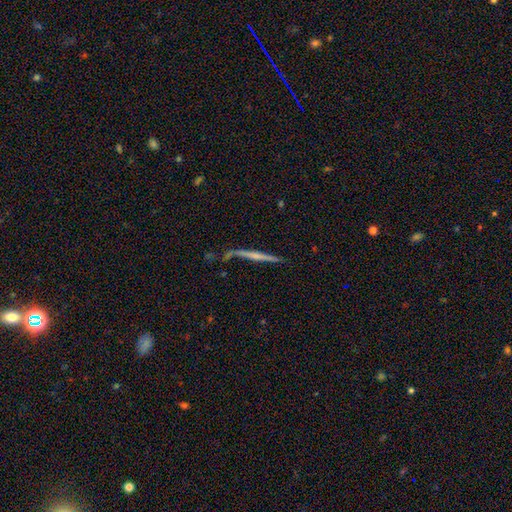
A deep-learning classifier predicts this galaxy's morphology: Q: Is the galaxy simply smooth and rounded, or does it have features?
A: featured or disk — 62%.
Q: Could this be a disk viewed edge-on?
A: yes — 94%.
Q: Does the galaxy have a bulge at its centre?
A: none — 52%.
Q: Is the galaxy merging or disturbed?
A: none — 65%.